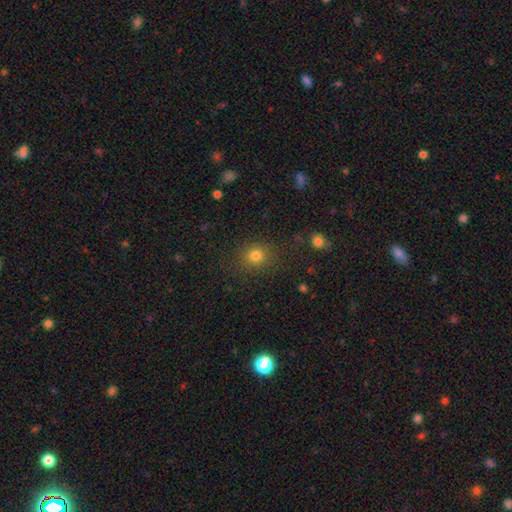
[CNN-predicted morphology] This appears to be a smooth galaxy with no disk features (79%) that is round (86%). Merging: none (84%).